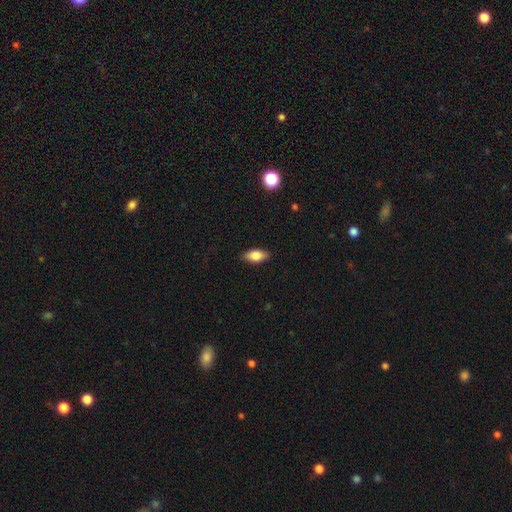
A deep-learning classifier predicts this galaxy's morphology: Smooth or featured? Predicted: smooth (p=0.79). How rounded? Predicted: in between (p=0.86). Merging? Predicted: none (p=0.87).